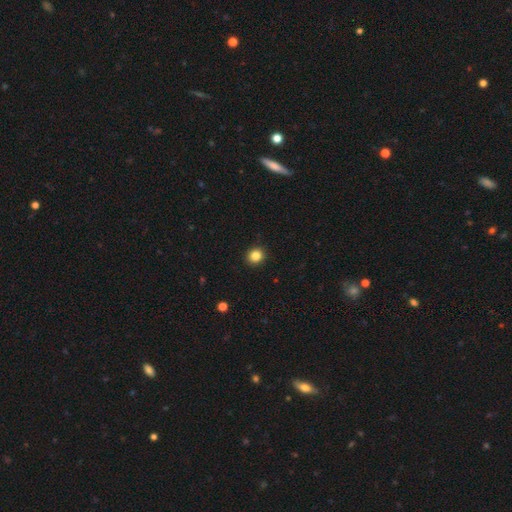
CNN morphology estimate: Overall: smooth (85%). How rounded: round (86%). Merging: none (92%).